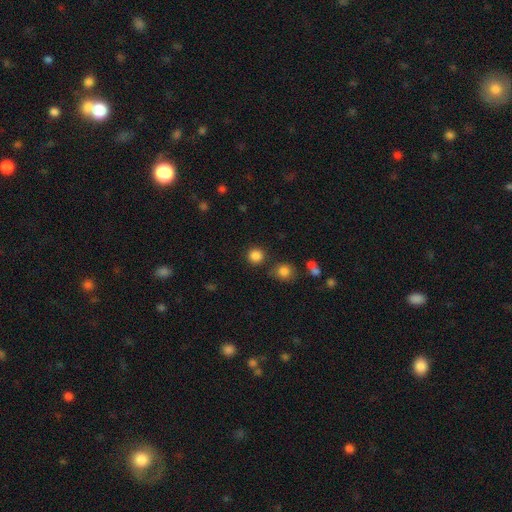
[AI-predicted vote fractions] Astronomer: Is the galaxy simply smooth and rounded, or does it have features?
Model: smooth — 84%.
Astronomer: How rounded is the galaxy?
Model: round — 93%.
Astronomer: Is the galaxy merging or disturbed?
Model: none — 84%.